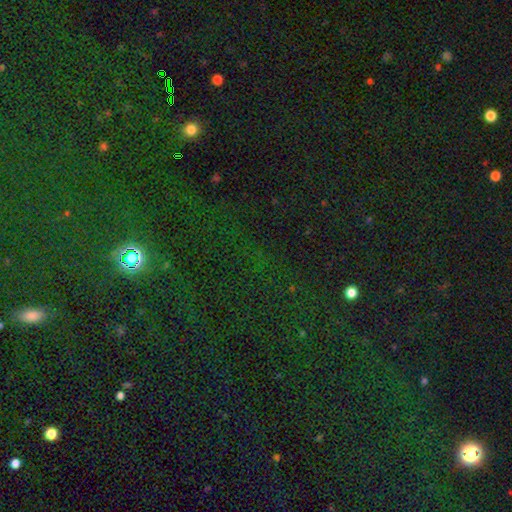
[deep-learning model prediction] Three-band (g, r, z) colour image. It shows a star or artifact, not a galaxy (81%).